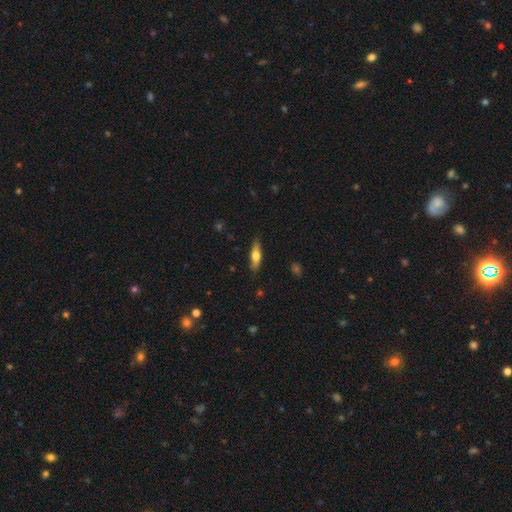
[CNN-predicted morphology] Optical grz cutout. It shows a smooth galaxy with no disk features (57%) that is cigar-shaped (62%). Merging: none (84%).